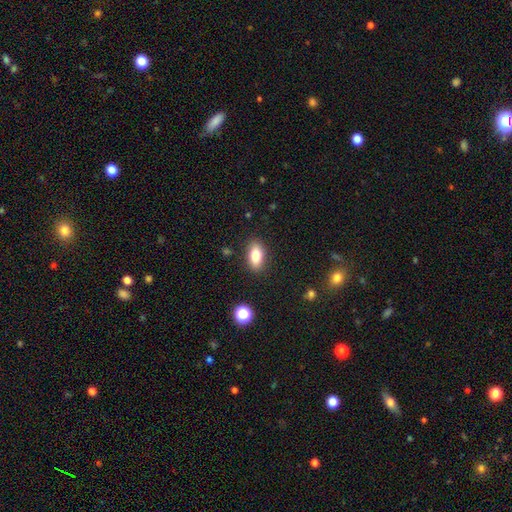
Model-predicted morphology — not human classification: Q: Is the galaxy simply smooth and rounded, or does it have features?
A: smooth — 80%.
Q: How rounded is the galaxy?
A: in between — 86%.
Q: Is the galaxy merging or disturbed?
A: none — 87%.